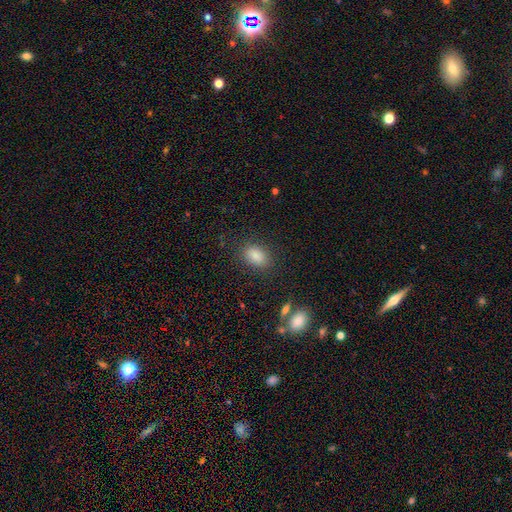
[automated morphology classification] smooth 86%, star or artifact 9%, featured or disk 5%. Down the decision tree: how rounded — in between (85%); merging — none (84%).